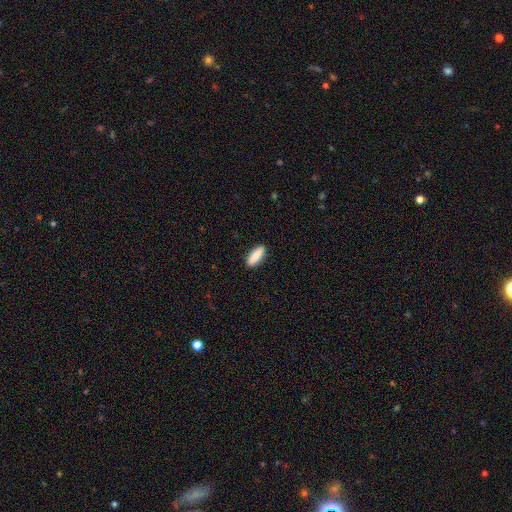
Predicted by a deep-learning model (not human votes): Overall: smooth (86%). How rounded: in between (59%; cigar-shaped 39%). Merging: none (90%).